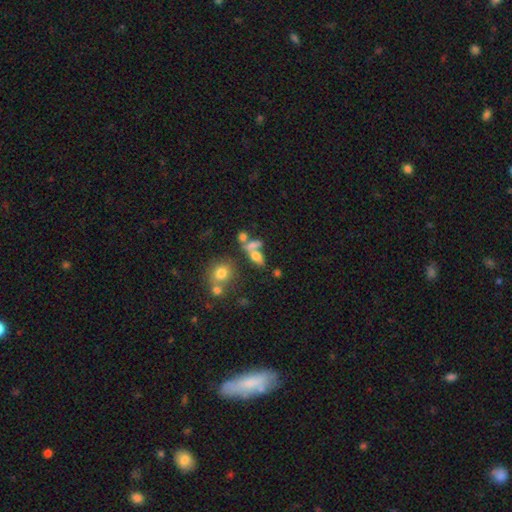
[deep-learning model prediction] This is likely a smooth galaxy (64%). How rounded: likely in between (70%). Merging: marginally merger (41%).